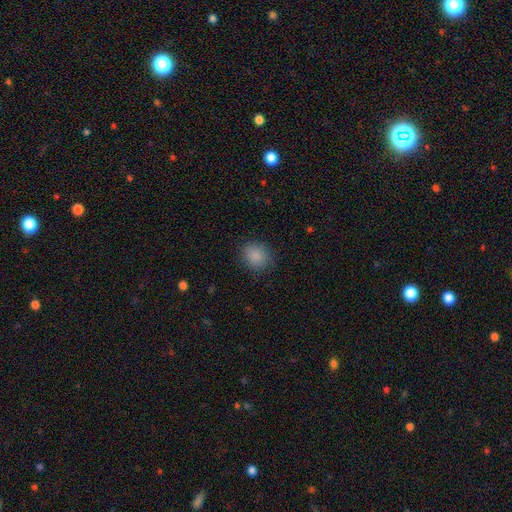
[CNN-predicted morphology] This appears to be a smooth galaxy with no disk features (87%) that is round (75%). Merging: none (86%).